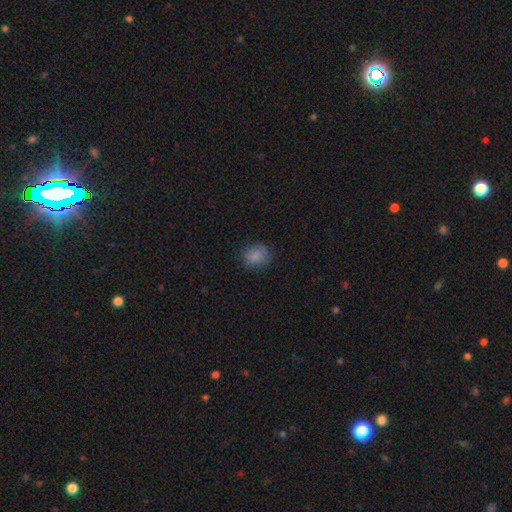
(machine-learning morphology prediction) type=smooth (82%); roundness=round (57%); merging=none (77%).